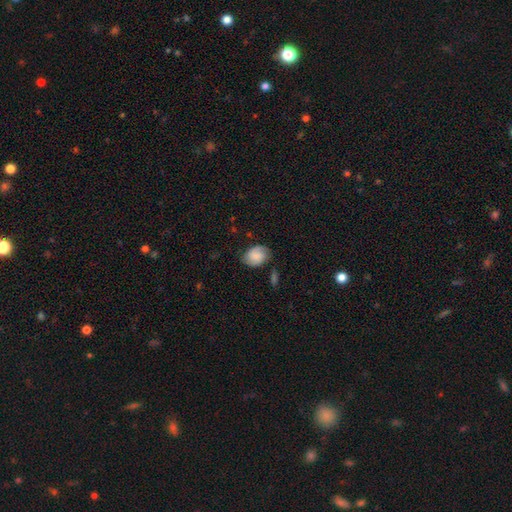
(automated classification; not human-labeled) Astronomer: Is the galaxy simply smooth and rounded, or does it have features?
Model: smooth — 57% (runner-up: featured or disk, 34%).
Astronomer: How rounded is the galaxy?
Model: in between — 69%.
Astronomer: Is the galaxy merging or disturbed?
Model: none — 66%.